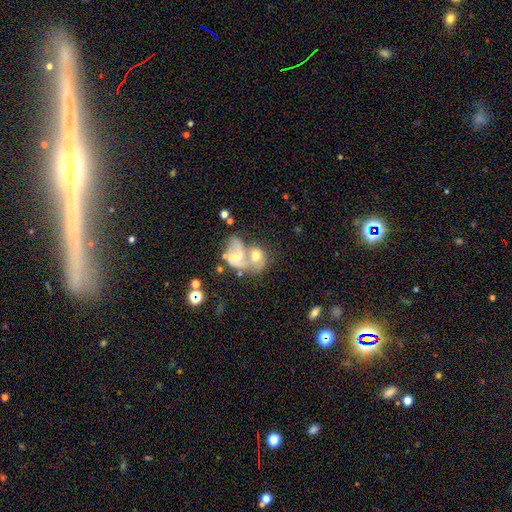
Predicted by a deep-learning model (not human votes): Smooth or featured? Predicted: featured or disk (p=0.54). Edge-on disk? Predicted: no (p=0.96). Bar? Predicted: no (p=0.60). Spiral arms? Predicted: yes (p=0.72). Bulge size? Predicted: moderate (p=0.44). Merging? Predicted: merger (p=0.67).